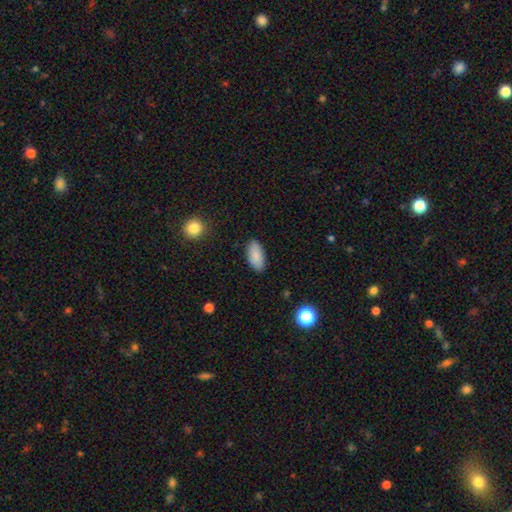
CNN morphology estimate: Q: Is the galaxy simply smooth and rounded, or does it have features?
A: smooth — 86%.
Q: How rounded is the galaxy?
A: in between — 91%.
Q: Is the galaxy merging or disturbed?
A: none — 88%.